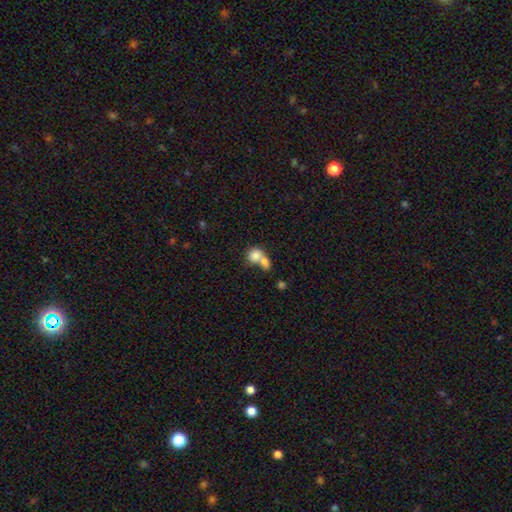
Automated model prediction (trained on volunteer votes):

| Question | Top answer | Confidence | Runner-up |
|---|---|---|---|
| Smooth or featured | smooth | 78% | featured or disk (13%) |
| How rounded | round | 64% | in between (35%) |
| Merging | merger | 68% | none (22%) |